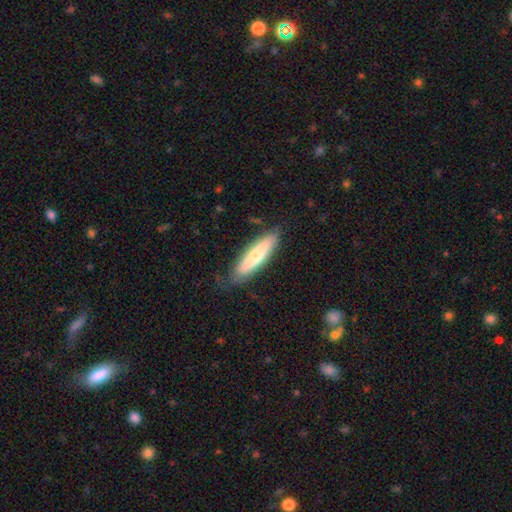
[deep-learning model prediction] Overall: smooth (59%; featured or disk 35%). How rounded: cigar-shaped (71%). Merging: none (79%).